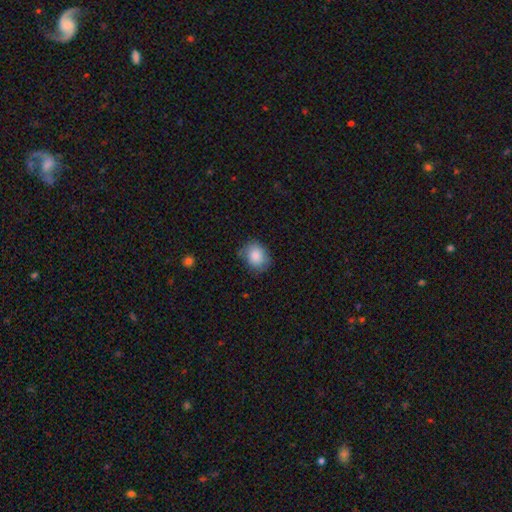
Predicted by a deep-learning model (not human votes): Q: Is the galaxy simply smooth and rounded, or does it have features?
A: smooth — 86%.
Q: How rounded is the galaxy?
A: round — 57%.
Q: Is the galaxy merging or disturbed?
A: none — 73%.